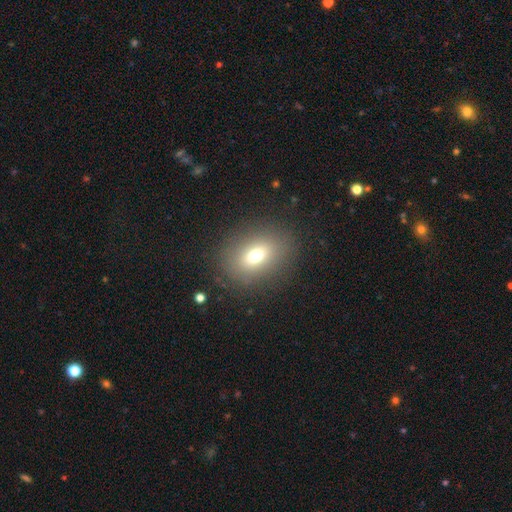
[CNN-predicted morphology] Smooth or featured?
  - smooth: 70% *
  - featured or disk: 15%
  - star or artifact: 15%
How rounded?
  - in between: 61% *
  - round: 38%
  - cigar-shaped: 2%
Merging?
  - none: 85% *
  - minor disturbance: 9%
  - major disturbance: 5%
  - merger: 1%